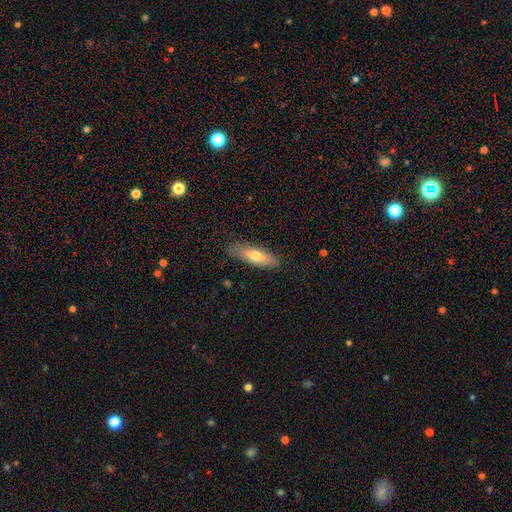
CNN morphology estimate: Smooth or featured?
  - smooth: 68% *
  - featured or disk: 26%
  - star or artifact: 6%
How rounded?
  - cigar-shaped: 52% *
  - in between: 46%
  - round: 2%
Merging?
  - none: 84% *
  - minor disturbance: 12%
  - major disturbance: 3%
  - merger: 1%